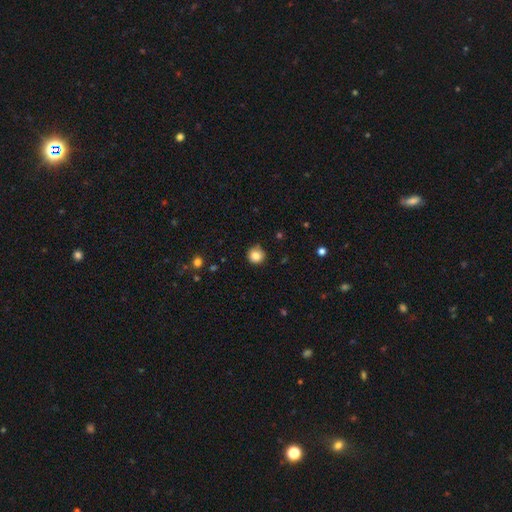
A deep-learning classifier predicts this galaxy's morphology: Smooth or featured: smooth — 85% (star or artifact — 10%)
How rounded: round — 93% (in between — 6%)
Merging: none — 85% (minor disturbance — 11%)